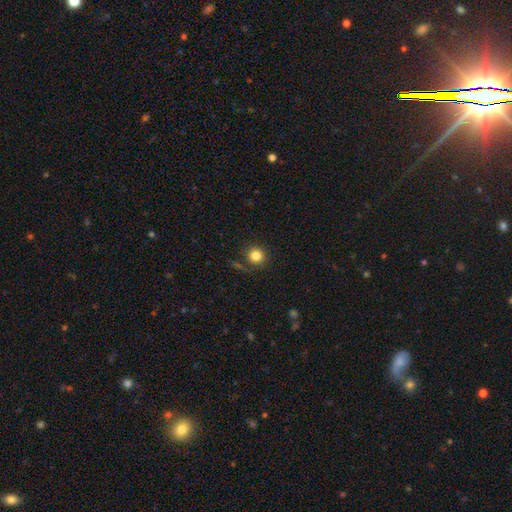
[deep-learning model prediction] A smooth galaxy with no disk features (82%) that is round (92%). Merging: none (83%).